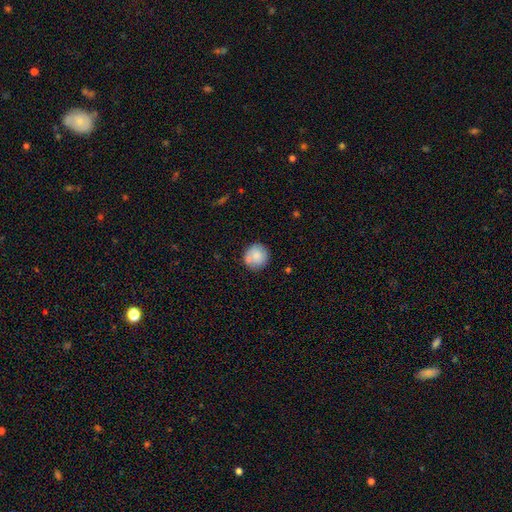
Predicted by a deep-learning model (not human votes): A smooth galaxy with no disk features (78%) that is round (92%).

Vote fractions:
- Smooth or featured? smooth: 78% / featured or disk: 15% / star or artifact: 7%
- How rounded? round: 92% / in between: 7% / cigar-shaped: 1%
- Merging? none: 72% / minor disturbance: 13% / merger: 11% / major disturbance: 4%